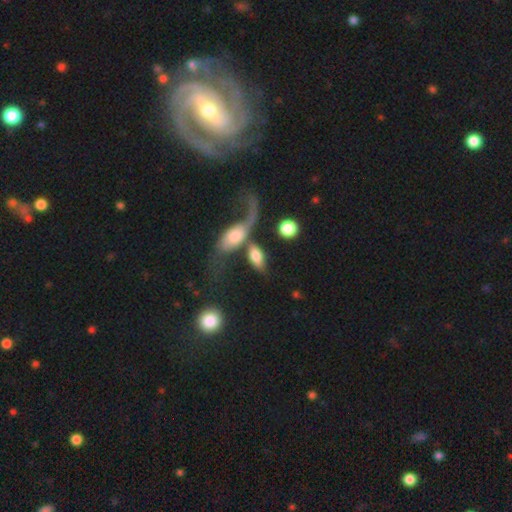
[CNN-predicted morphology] smooth-or-featured: smooth: 65% | featured or disk: 28% | star or artifact: 8%
  how-rounded: in between: 85% | round: 8% | cigar-shaped: 7%
  merging: merger: 44% | none: 25% | major disturbance: 18% | minor disturbance: 13%